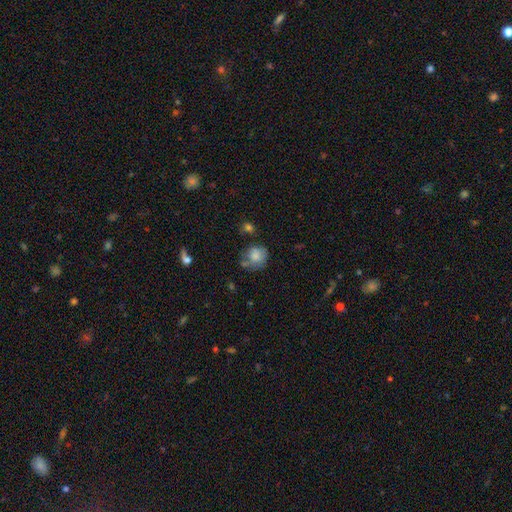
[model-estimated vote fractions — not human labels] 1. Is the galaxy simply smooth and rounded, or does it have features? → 76% smooth, 15% featured or disk, 9% star or artifact.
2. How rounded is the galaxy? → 80% round, 19% in between, 1% cigar-shaped.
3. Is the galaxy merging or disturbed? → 52% none, 26% minor disturbance, 11% major disturbance, 11% merger.